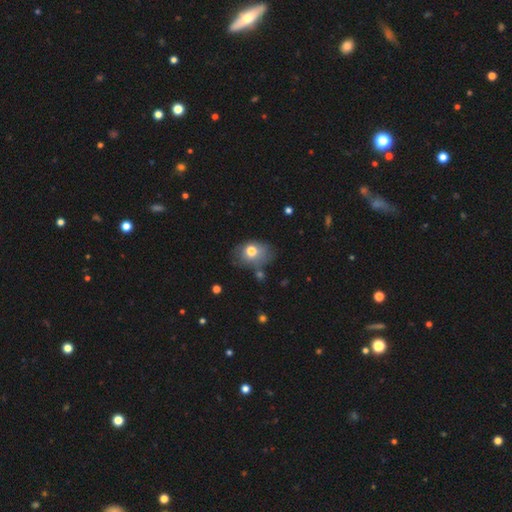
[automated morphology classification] smooth 67%, featured or disk 20%, star or artifact 13%. Down the decision tree: how rounded — in between (61%); merging — none (63%).